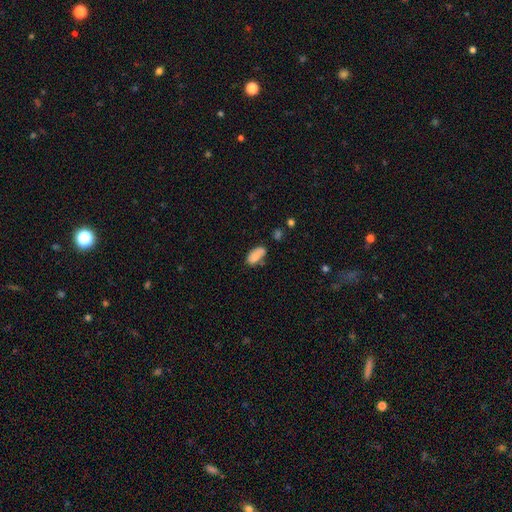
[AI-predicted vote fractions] A smooth galaxy with no disk features (79%) that is in between round and cigar-shaped (92%). Merging: none (58%).